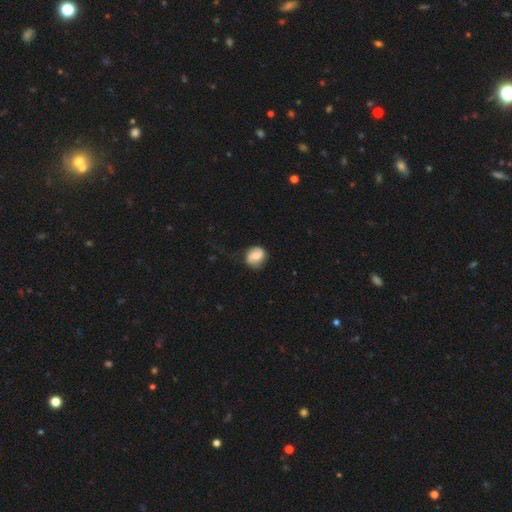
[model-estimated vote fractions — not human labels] Smooth or featured?
  - smooth: 50% *
  - featured or disk: 42%
  - star or artifact: 7%
How rounded?
  - round: 67% *
  - in between: 32%
  - cigar-shaped: 1%
Merging?
  - none: 73% *
  - minor disturbance: 19%
  - major disturbance: 6%
  - merger: 1%